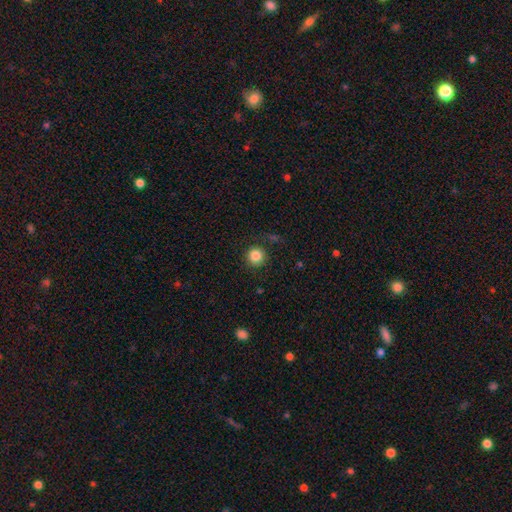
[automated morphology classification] The model was most divided on "smooth or featured": smooth: 85%, star or artifact: 11%, featured or disk: 4%. More confident: how rounded — round (95%); merging — none (87%).